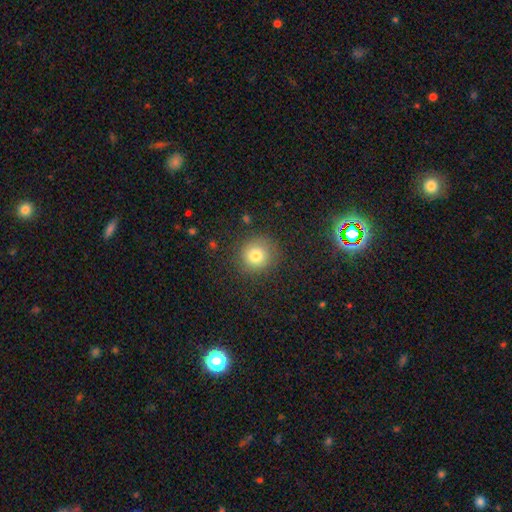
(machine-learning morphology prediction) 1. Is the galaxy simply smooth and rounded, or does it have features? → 78% smooth, 13% star or artifact, 9% featured or disk.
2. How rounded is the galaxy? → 90% round, 9% in between, 1% cigar-shaped.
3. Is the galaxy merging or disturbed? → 85% none, 10% minor disturbance, 4% major disturbance, 1% merger.